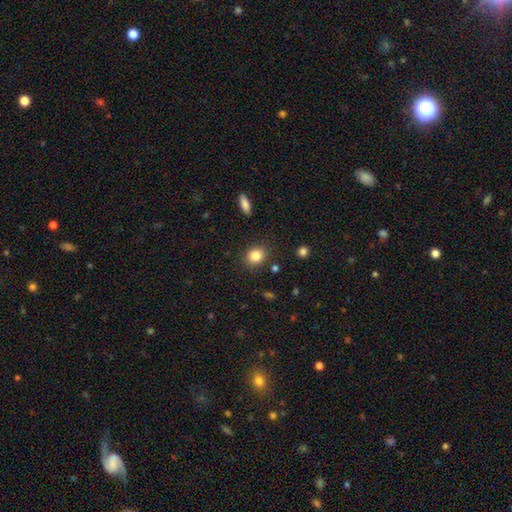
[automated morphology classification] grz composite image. It shows a smooth galaxy with no disk features (84%) that is round (68%). Merging: none (86%).